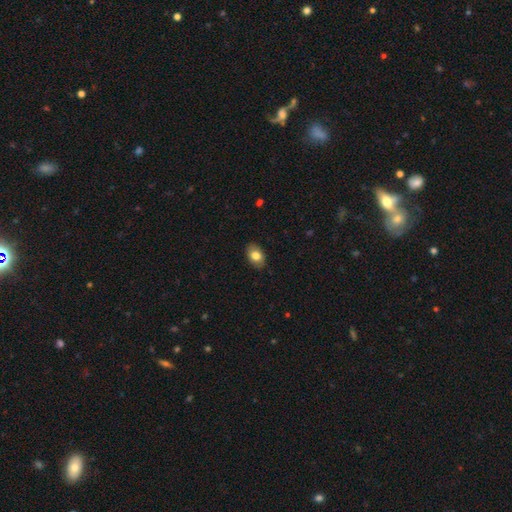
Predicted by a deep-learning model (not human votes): The model was most divided on "smooth or featured": smooth: 79%, featured or disk: 14%, star or artifact: 7%. More confident: merging — none (87%); how rounded — in between (87%).